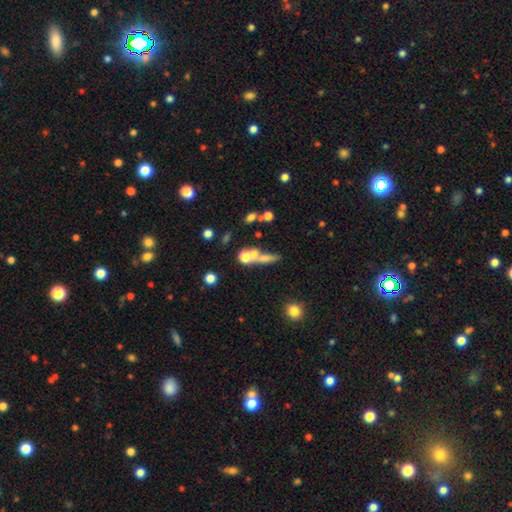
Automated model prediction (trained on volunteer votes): Smooth or featured? smooth (56%)
How rounded? cigar-shaped (48%)
Merging? none (46%)